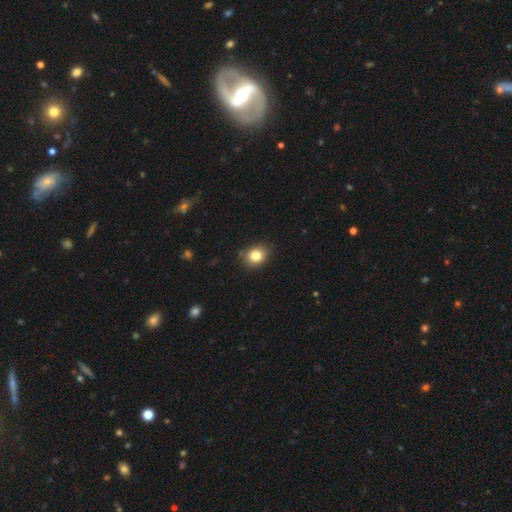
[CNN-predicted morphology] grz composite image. It shows a smooth galaxy with no disk features (82%) that is round (52%). Merging: none (86%).